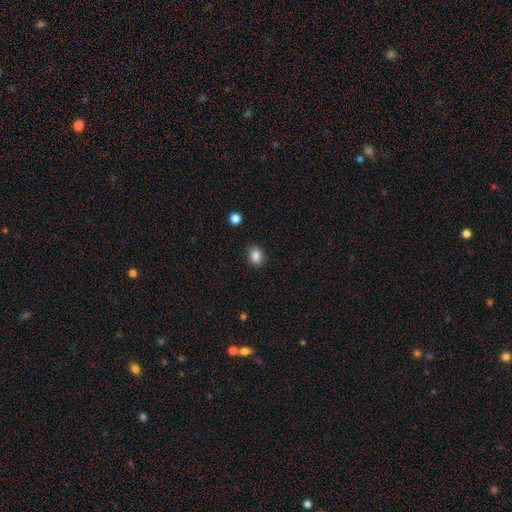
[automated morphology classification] smooth 85%, star or artifact 10%, featured or disk 4%. Down the decision tree: how rounded — round (51%); merging — none (87%).